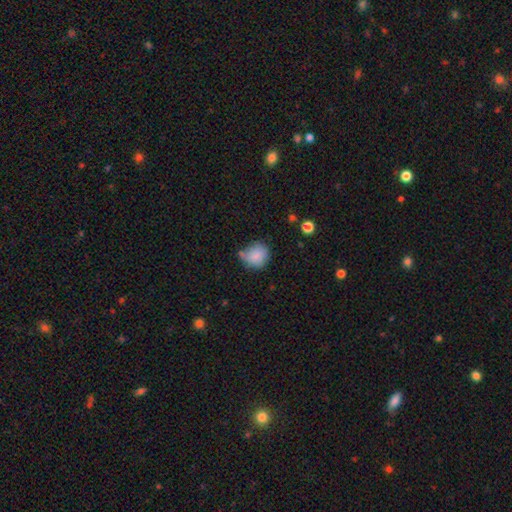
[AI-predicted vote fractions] Smooth or featured?
  - smooth: 81% *
  - featured or disk: 10%
  - star or artifact: 9%
How rounded?
  - round: 77% *
  - in between: 22%
  - cigar-shaped: 1%
Merging?
  - none: 47% *
  - minor disturbance: 34%
  - major disturbance: 10%
  - merger: 9%